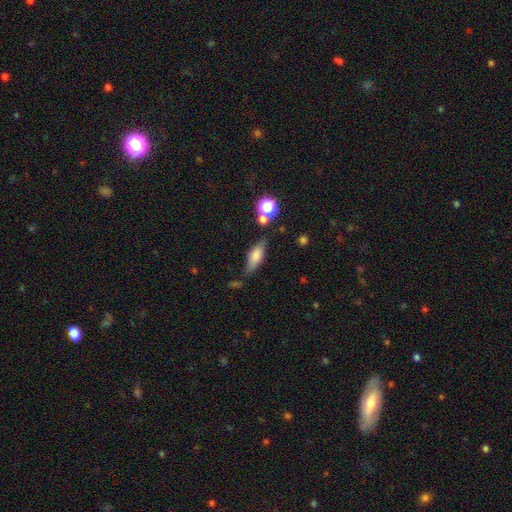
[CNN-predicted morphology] smooth-or-featured: smooth: 63% | featured or disk: 27% | star or artifact: 10%
  how-rounded: in between: 58% | cigar-shaped: 37% | round: 4%
  merging: none: 68% | minor disturbance: 19% | merger: 7% | major disturbance: 6%